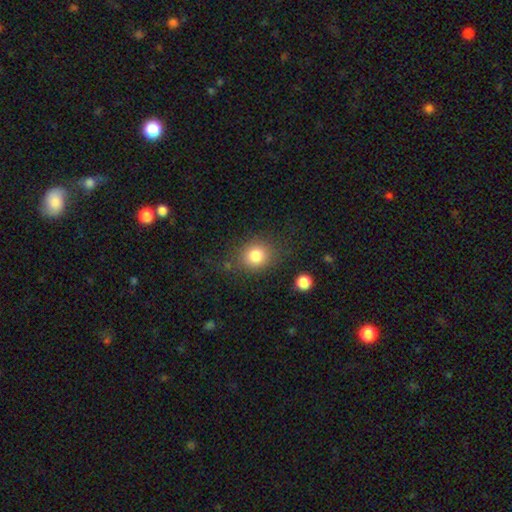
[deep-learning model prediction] smooth_or_featured: smooth (p=0.82) [alt: star or artifact p=0.10]
how_rounded: round (p=0.74) [alt: in between p=0.25]
merging: none (p=0.78) [alt: minor disturbance p=0.13]